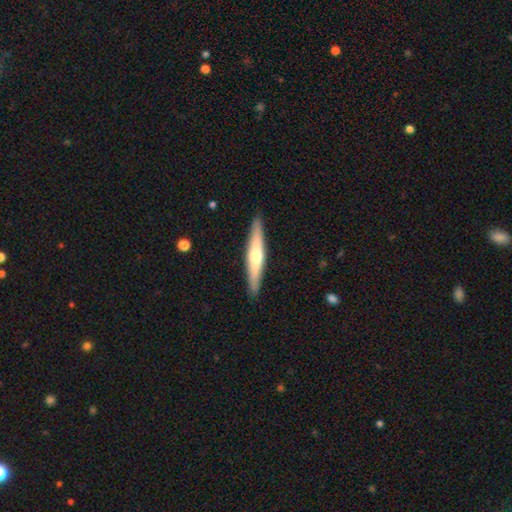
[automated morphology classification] smooth_or_featured: featured or disk (p=0.52) [alt: smooth p=0.43]
disk_edge_on: yes (p=0.95) [alt: no p=0.05]
merging: none (p=0.90) [alt: minor disturbance p=0.07]